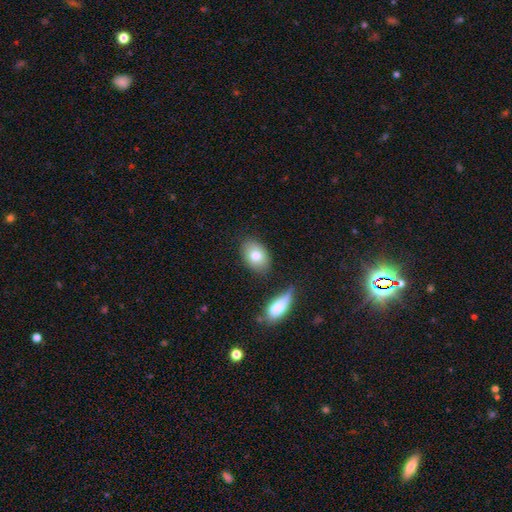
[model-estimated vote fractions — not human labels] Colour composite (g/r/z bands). It shows a smooth galaxy with no disk features (78%) that is in between round and cigar-shaped (83%). Merging: none (79%).